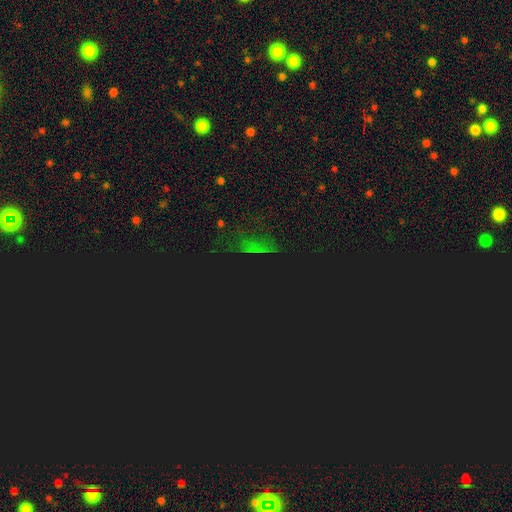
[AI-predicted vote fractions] This is likely a star or artifact rather than a galaxy (74%).